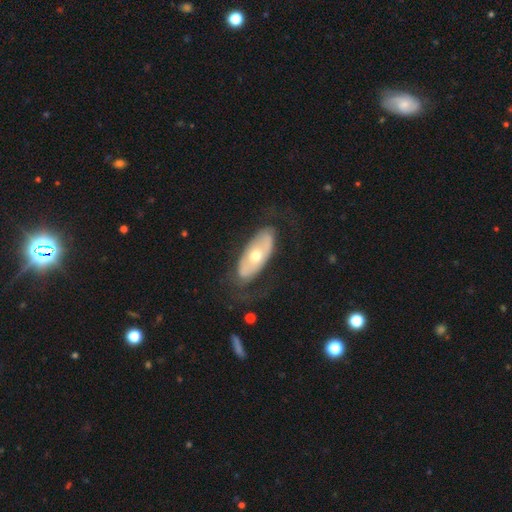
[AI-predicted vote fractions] Q: Smooth or featured?
A: featured or disk (57%); runner-up: smooth (37%)
Q: Edge-on disk?
A: no (83%); runner-up: yes (17%)
Q: Merging?
A: none (68%); runner-up: minor disturbance (17%)